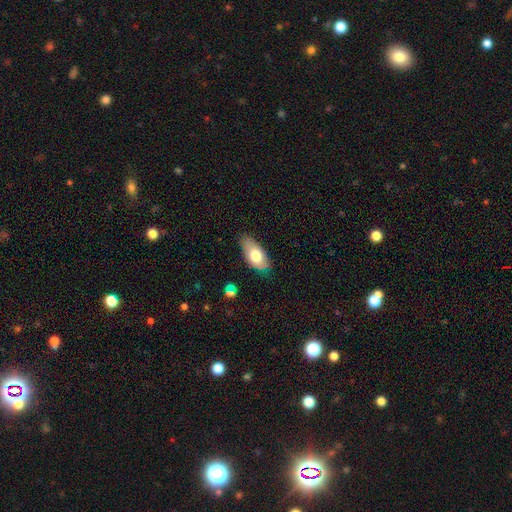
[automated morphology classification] The model was most divided on "smooth or featured": smooth: 69%, featured or disk: 24%, star or artifact: 7%. More confident: how rounded — in between (90%); merging — none (75%).